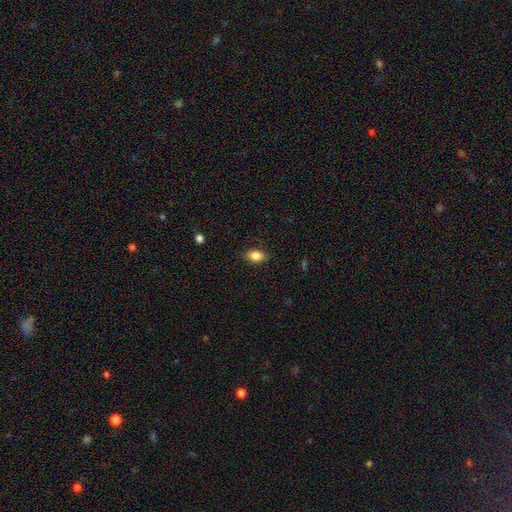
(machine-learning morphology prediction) A smooth galaxy with no disk features (86%) that is in between round and cigar-shaped (88%). Merging: none (85%).